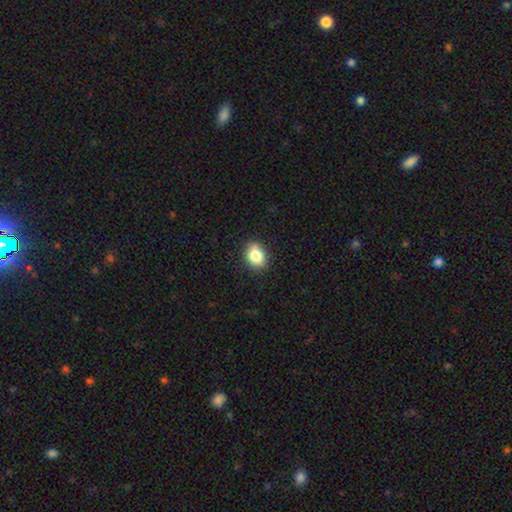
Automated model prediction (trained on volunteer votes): Smooth or featured: smooth — 84% (star or artifact — 9%)
How rounded: in between — 59% (round — 40%)
Merging: none — 85% (minor disturbance — 12%)